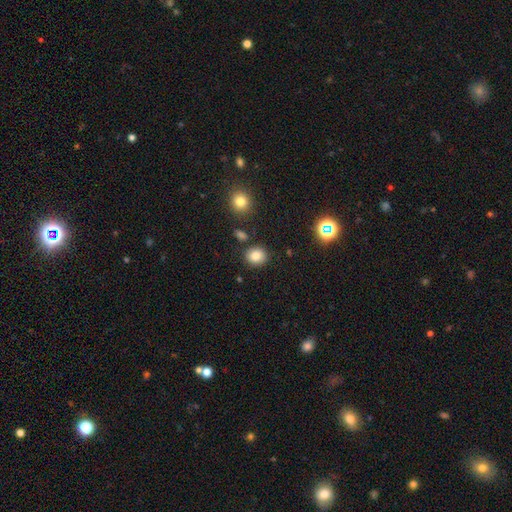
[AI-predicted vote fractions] smooth-or-featured: smooth: 84% | star or artifact: 11% | featured or disk: 5%
  how-rounded: round: 78% | in between: 21% | cigar-shaped: 1%
  merging: none: 84% | minor disturbance: 8% | merger: 5% | major disturbance: 3%